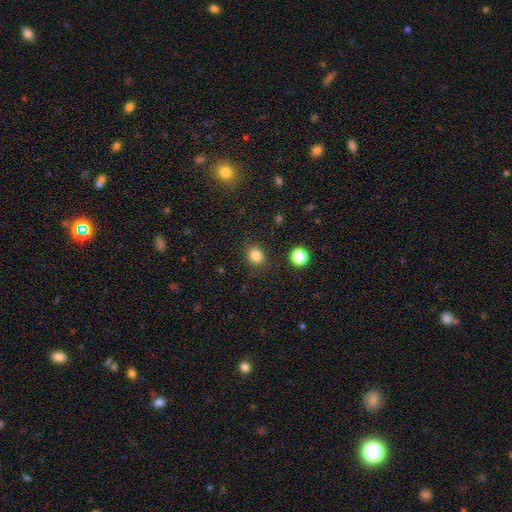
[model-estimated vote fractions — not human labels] Overall: smooth (83%). How rounded: round (69%; in between 30%). Merging: none (87%).